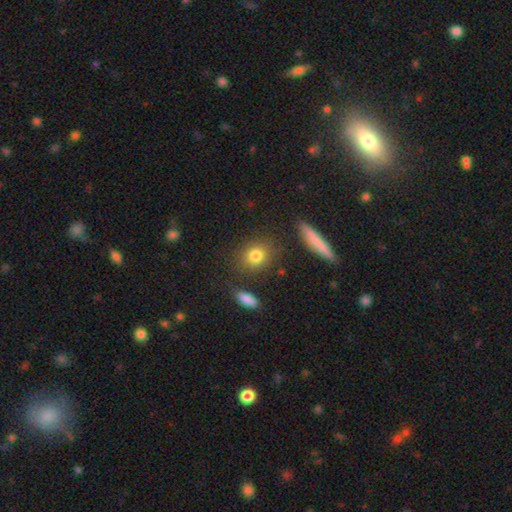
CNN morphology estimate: This appears to be a smooth galaxy with no disk features (81%) that is round (63%). Merging: none (82%).